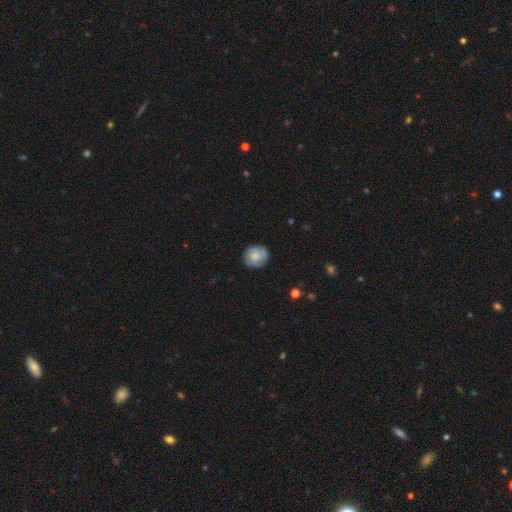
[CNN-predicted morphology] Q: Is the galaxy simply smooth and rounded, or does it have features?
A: smooth — 71%.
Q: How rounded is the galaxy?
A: round — 85%.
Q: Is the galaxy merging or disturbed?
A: none — 81%.